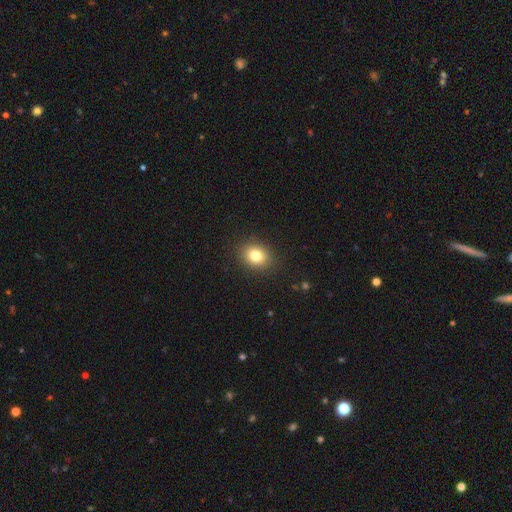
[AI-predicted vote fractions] This is clearly a smooth galaxy (81%). How rounded: possibly round (51%). Merging: clearly none (89%).